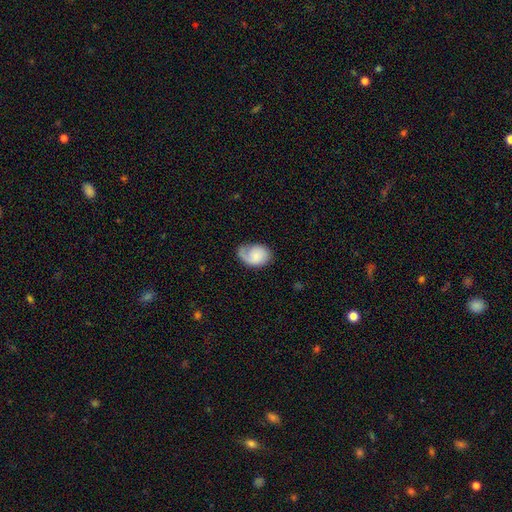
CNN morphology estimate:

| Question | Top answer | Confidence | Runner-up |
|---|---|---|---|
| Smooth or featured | smooth | 51% | featured or disk (43%) |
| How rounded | in between | 75% | round (24%) |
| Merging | none | 49% | minor disturbance (28%) |